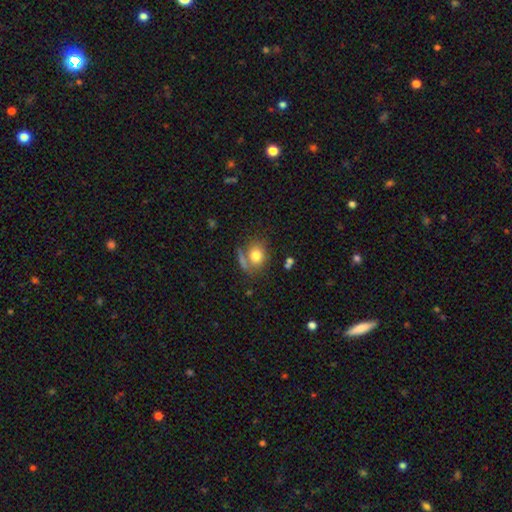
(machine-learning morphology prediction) Q: Smooth or featured?
A: smooth (77%); runner-up: featured or disk (14%)
Q: How rounded?
A: round (61%); runner-up: in between (37%)
Q: Merging?
A: none (57%); runner-up: merger (18%)